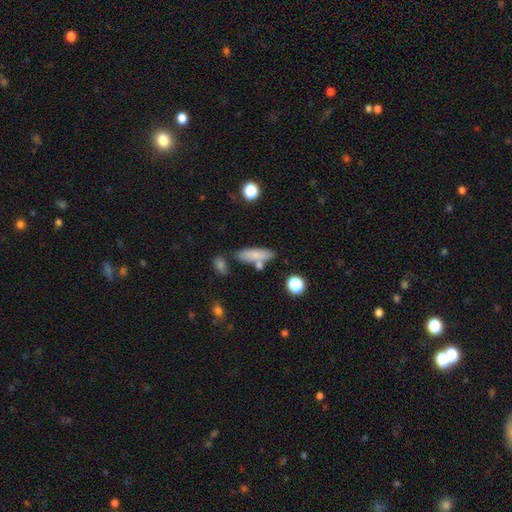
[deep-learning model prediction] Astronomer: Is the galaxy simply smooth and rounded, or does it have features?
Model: smooth — 77%.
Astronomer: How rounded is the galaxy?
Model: cigar-shaped — 50% (runner-up: in between, 47%).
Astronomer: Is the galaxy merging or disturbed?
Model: none — 67%.